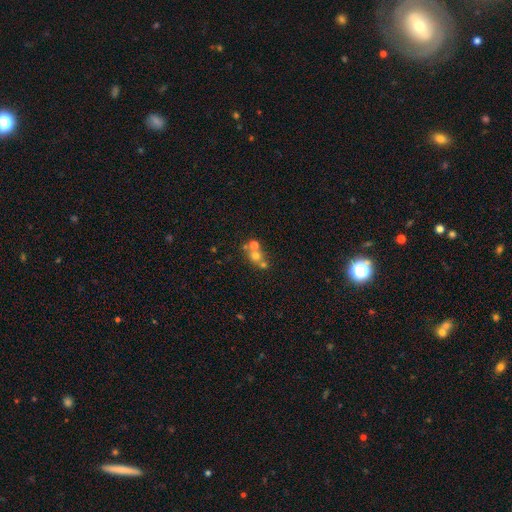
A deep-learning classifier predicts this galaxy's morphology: Q: Smooth or featured?
A: smooth (59%); runner-up: featured or disk (23%)
Q: How rounded?
A: round (78%); runner-up: in between (21%)
Q: Merging?
A: merger (51%); runner-up: none (38%)